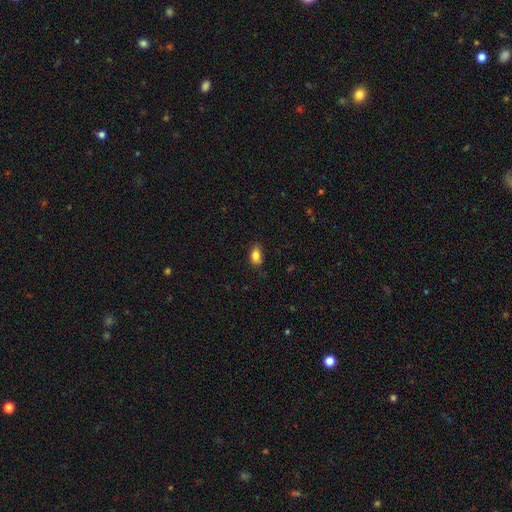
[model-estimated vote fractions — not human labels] Smooth or featured?
  - smooth: 84% *
  - star or artifact: 9%
  - featured or disk: 7%
How rounded?
  - in between: 86% *
  - round: 10%
  - cigar-shaped: 3%
Merging?
  - none: 76% *
  - minor disturbance: 19%
  - major disturbance: 4%
  - merger: 1%